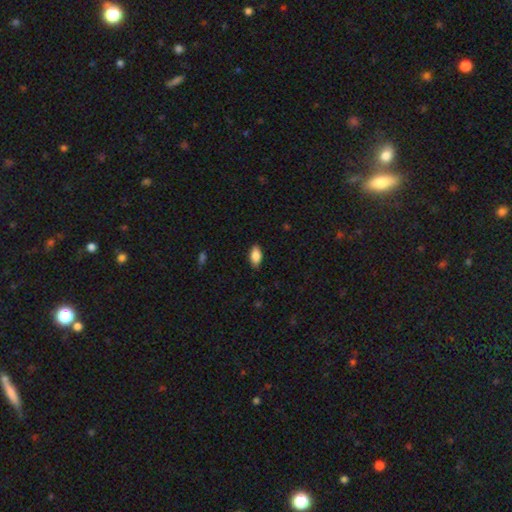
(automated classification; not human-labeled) This is clearly a smooth galaxy (86%). How rounded: clearly in between (92%). Merging: clearly none (87%).